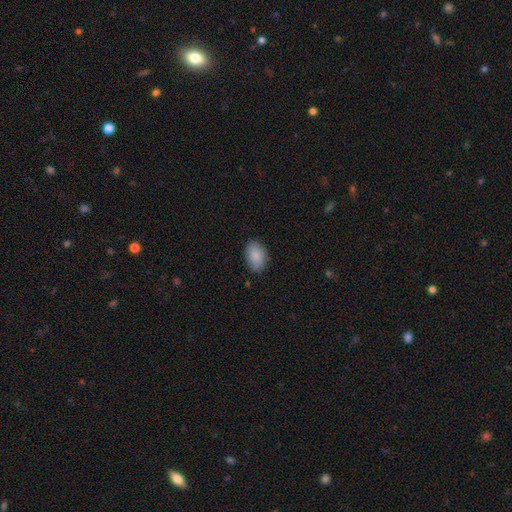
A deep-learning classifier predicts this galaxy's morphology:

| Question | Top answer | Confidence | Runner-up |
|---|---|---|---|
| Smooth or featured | smooth | 89% | star or artifact (7%) |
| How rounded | in between | 88% | round (11%) |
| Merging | none | 82% | minor disturbance (14%) |